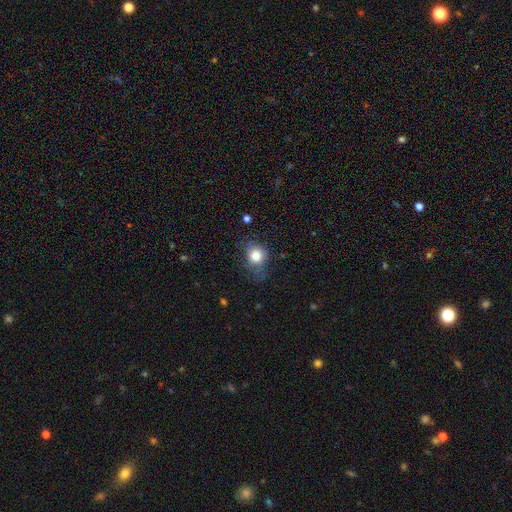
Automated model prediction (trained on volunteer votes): This is likely a smooth galaxy (79%). How rounded: likely round (62%). Merging: possibly none (55%).